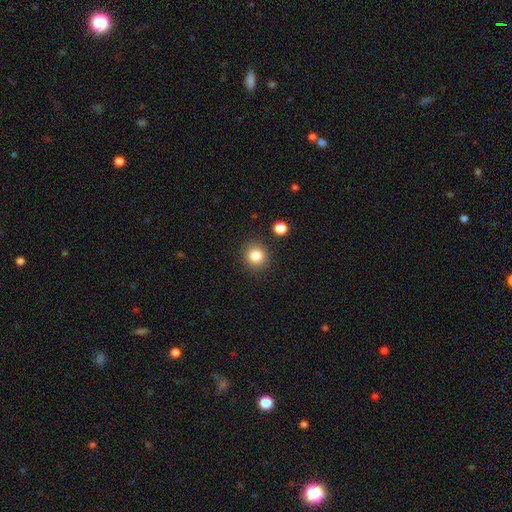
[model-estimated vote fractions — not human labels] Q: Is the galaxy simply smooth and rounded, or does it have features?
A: smooth — 83%.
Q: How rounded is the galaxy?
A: round — 90%.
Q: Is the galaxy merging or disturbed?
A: none — 88%.